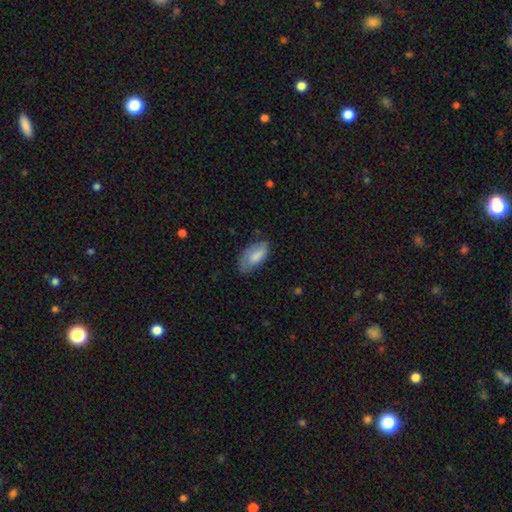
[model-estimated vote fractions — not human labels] Smooth or featured? Predicted: smooth (p=0.81). How rounded? Predicted: in between (p=0.91). Merging? Predicted: none (p=0.61).